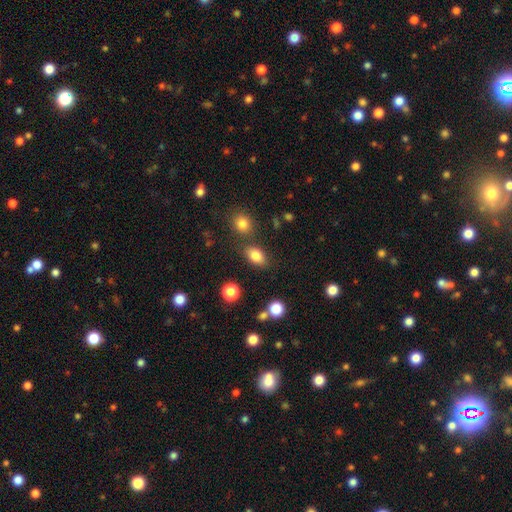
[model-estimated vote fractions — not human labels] This appears to be a smooth galaxy with no disk features (83%) that is in between round and cigar-shaped (82%). Merging: none (76%).